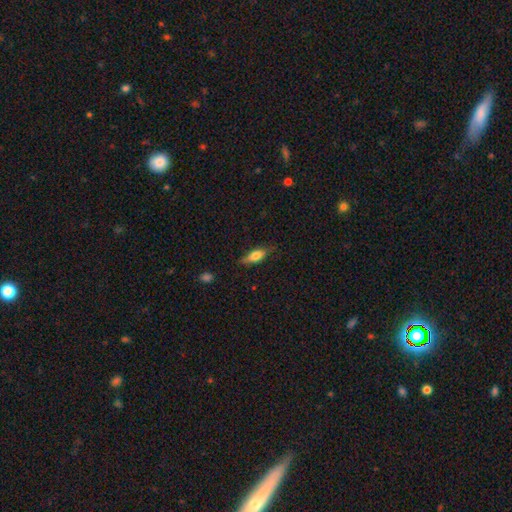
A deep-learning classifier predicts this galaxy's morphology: type=smooth (69%); roundness=in between (64%); merging=none (73%).